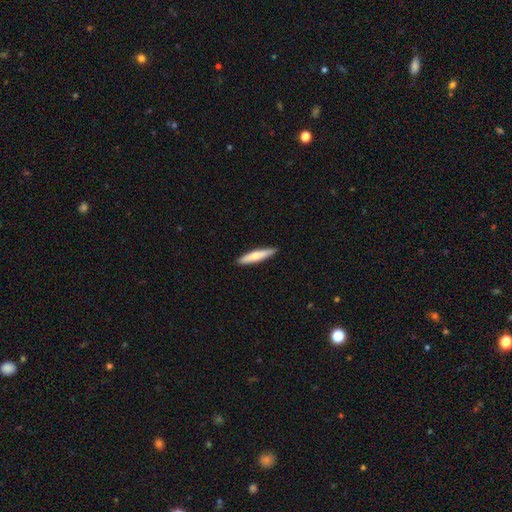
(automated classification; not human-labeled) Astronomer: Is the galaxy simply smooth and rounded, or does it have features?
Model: smooth — 64%.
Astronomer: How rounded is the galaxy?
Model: cigar-shaped — 87%.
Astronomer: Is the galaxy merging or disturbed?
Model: none — 90%.